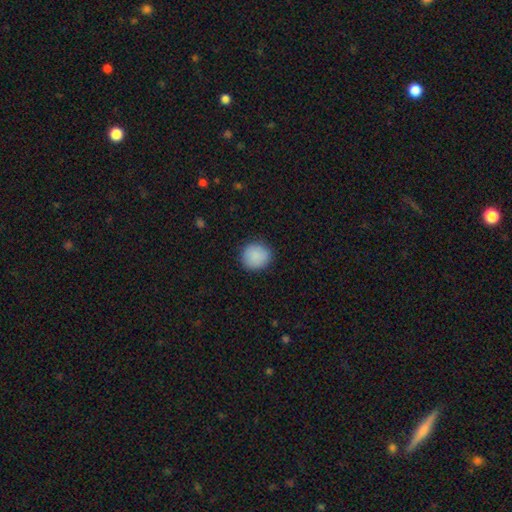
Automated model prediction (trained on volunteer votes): smooth_or_featured: smooth (p=0.89) [alt: star or artifact p=0.08]
how_rounded: round (p=0.88) [alt: in between p=0.11]
merging: none (p=0.88) [alt: minor disturbance p=0.09]